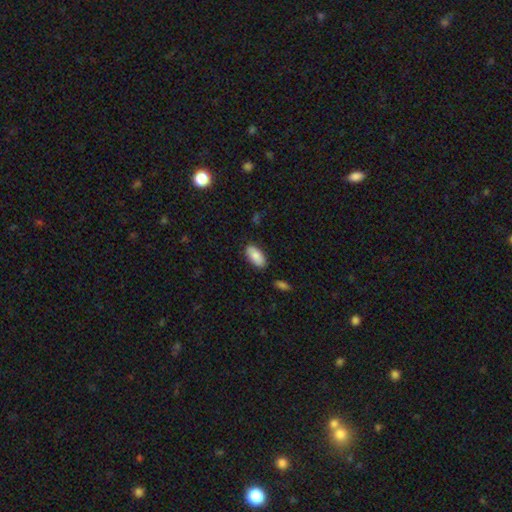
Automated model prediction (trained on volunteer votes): This is clearly a smooth galaxy (83%). How rounded: clearly in between (93%). Merging: clearly none (85%).